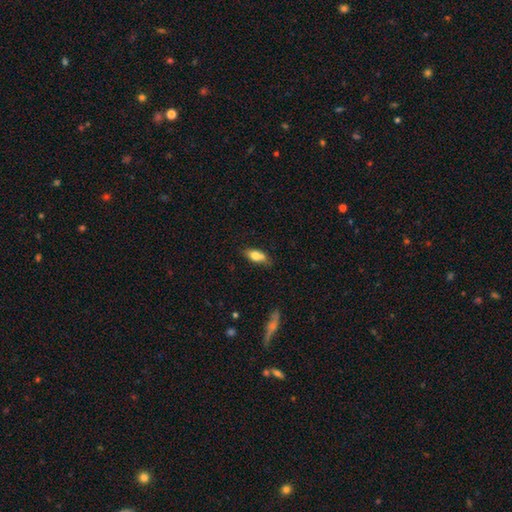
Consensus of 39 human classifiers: Smooth or featured? smooth (69%)
How rounded? in between (74%)
Merging? none (53%)